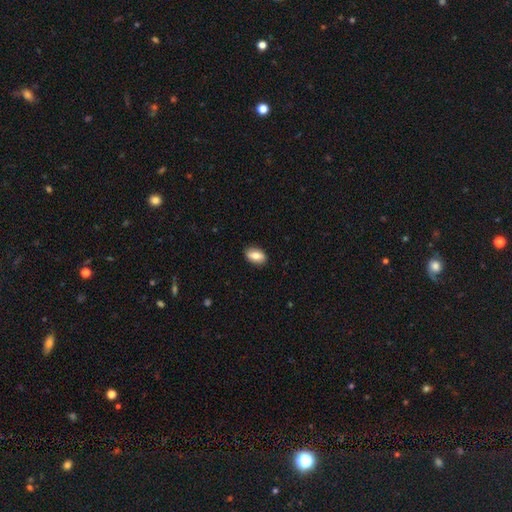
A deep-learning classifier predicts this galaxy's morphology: Smooth or featured? Predicted: smooth (p=0.75). How rounded? Predicted: in between (p=0.89). Merging? Predicted: none (p=0.87).